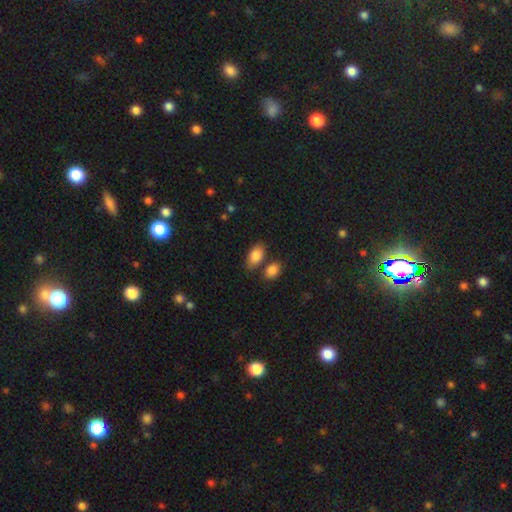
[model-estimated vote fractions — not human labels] This is clearly a smooth galaxy (85%). How rounded: clearly in between (92%). Merging: likely none (68%).